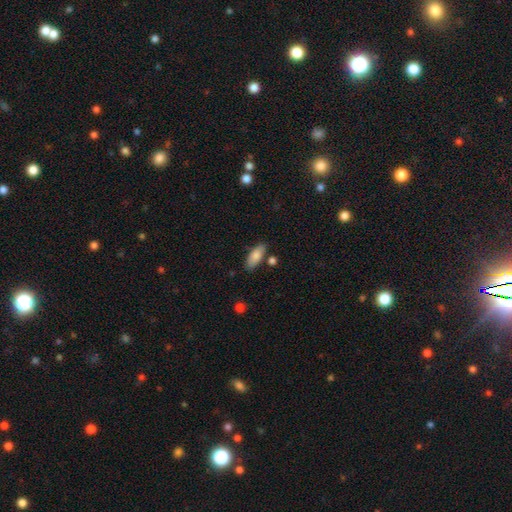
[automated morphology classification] The model was most divided on "how rounded": in between: 79%, cigar-shaped: 19%, round: 2%. More confident: smooth or featured — smooth (84%); merging — none (78%).